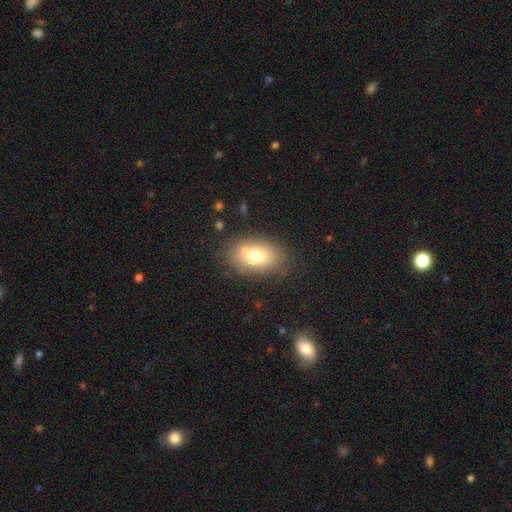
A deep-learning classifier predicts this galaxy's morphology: Smooth or featured? Predicted: smooth (p=0.72). How rounded? Predicted: in between (p=0.88). Merging? Predicted: none (p=0.75).